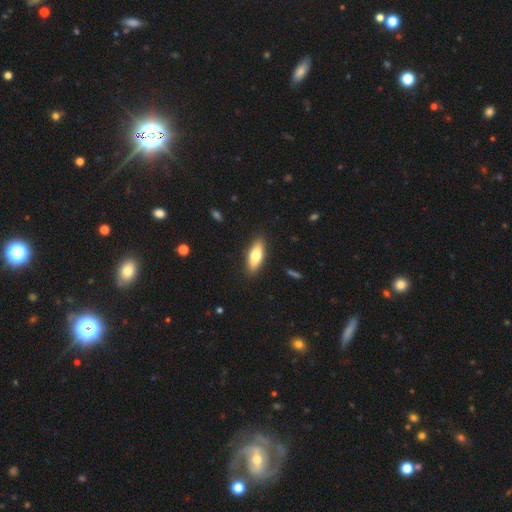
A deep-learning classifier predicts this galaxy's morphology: This appears to be a smooth galaxy with no disk features (68%) that is in between round and cigar-shaped (66%). Merging: none (88%).